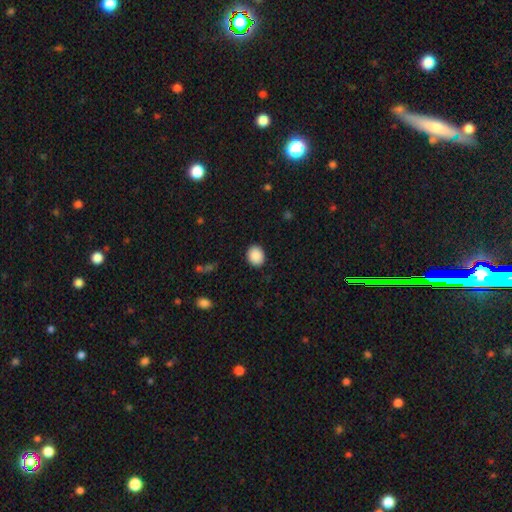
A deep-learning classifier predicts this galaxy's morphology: Smooth or featured? Predicted: smooth (p=0.90). How rounded? Predicted: round (p=0.61). Merging? Predicted: none (p=0.90).